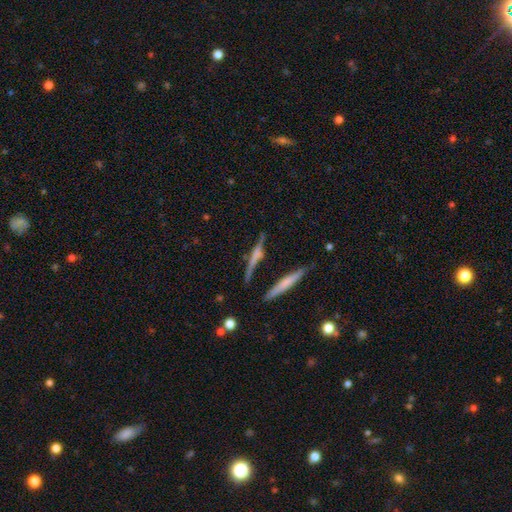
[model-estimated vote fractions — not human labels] A featured or disk galaxy (61%) viewed edge-on (94%) with a rounded central bulge (44%). Merging: none (71%).